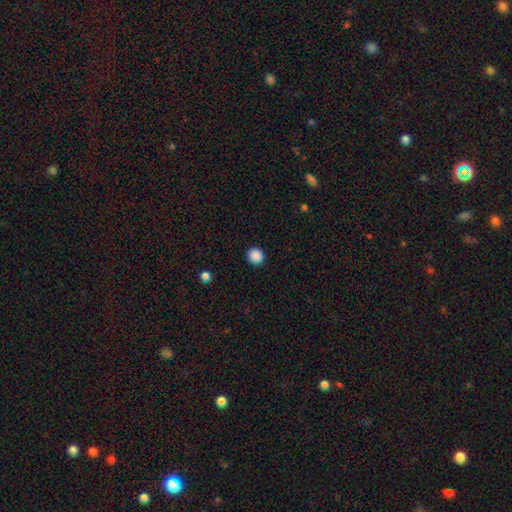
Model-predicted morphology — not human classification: Smooth or featured? smooth (88%)
How rounded? round (89%)
Merging? none (92%)